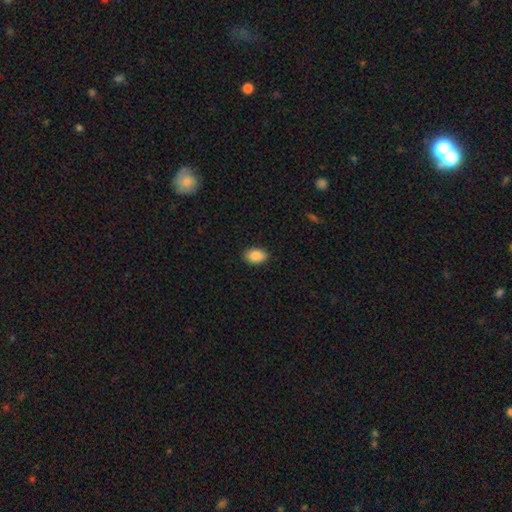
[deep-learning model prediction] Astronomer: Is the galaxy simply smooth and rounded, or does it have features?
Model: smooth — 89%.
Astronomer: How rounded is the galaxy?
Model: in between — 89%.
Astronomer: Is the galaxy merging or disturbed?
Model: none — 88%.